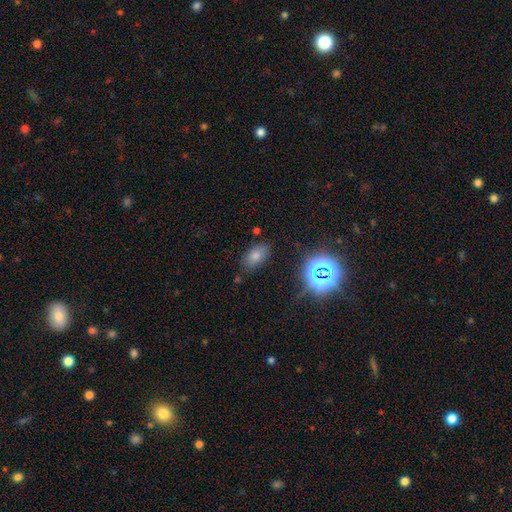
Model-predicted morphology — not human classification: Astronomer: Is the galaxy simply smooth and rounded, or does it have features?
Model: smooth — 71%.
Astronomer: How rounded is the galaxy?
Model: in between — 90%.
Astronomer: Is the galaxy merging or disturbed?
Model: none — 79%.